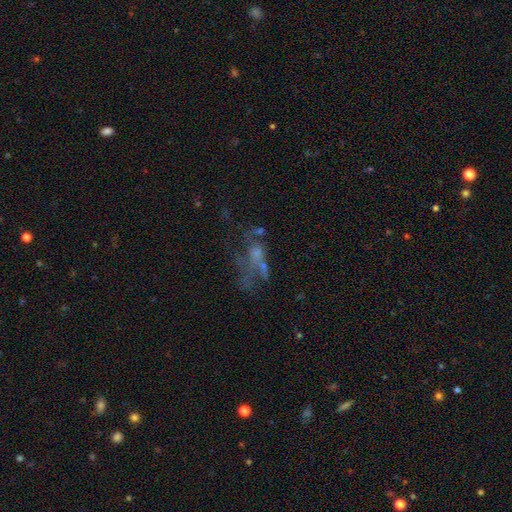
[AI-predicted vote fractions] Overall: featured or disk (50%; smooth 26%). Edge-on disk: no (94%). Merging: major disturbance (38%; none 30%).